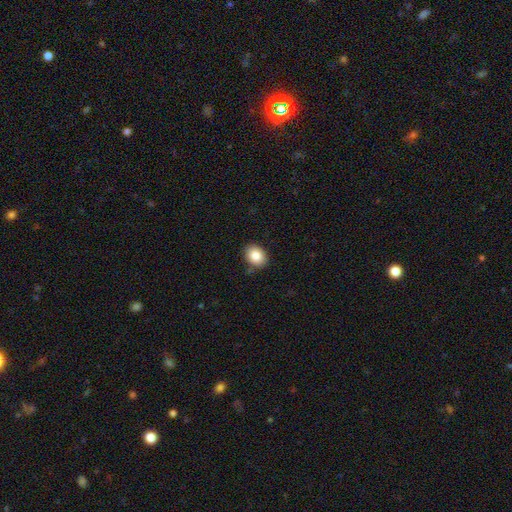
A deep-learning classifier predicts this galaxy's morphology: Q: Smooth or featured?
A: smooth (85%); runner-up: star or artifact (9%)
Q: How rounded?
A: in between (53%); runner-up: round (46%)
Q: Merging?
A: none (85%); runner-up: minor disturbance (10%)